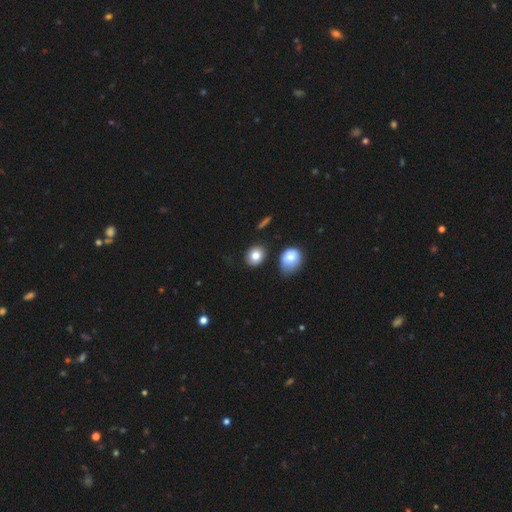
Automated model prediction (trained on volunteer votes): This is clearly a smooth galaxy (82%). How rounded: possibly round (53%). Merging: likely none (78%).